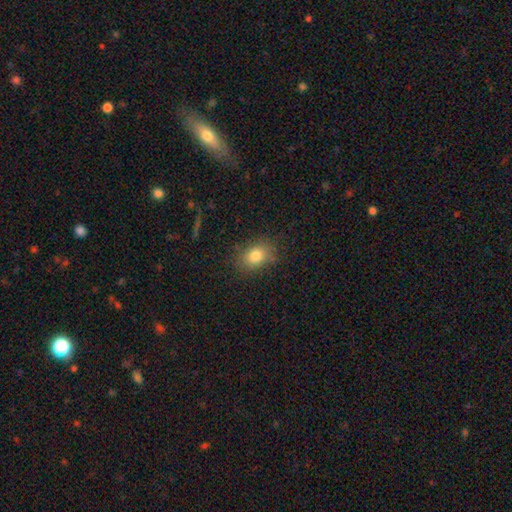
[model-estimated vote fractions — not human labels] Smooth or featured?
  - smooth: 80% *
  - star or artifact: 11%
  - featured or disk: 9%
How rounded?
  - in between: 62% *
  - round: 36%
  - cigar-shaped: 1%
Merging?
  - none: 77% *
  - minor disturbance: 17%
  - major disturbance: 5%
  - merger: 2%